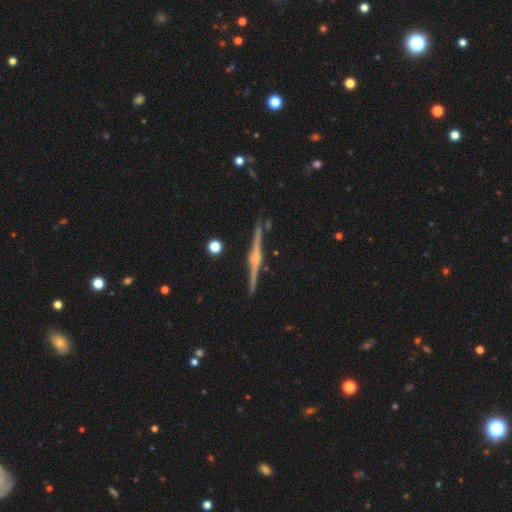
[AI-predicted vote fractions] The model was most divided on "edge-on bulge": rounded: 85%, boxy: 9%, none: 6%. More confident: edge-on disk — yes (99%); merging — none (91%); smooth or featured — featured or disk (88%).